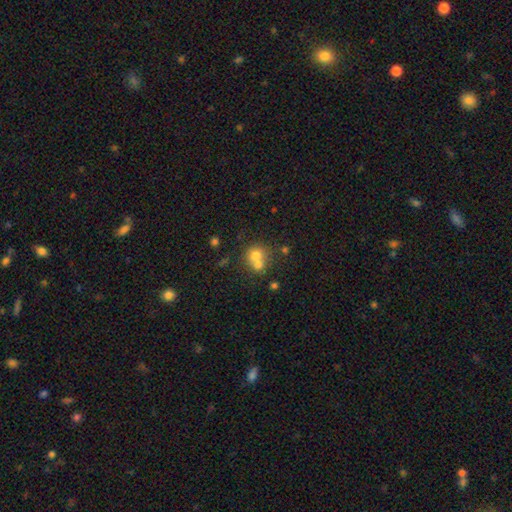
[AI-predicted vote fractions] Smooth or featured?
  - smooth: 70% *
  - featured or disk: 17%
  - star or artifact: 13%
How rounded?
  - round: 81% *
  - in between: 18%
  - cigar-shaped: 1%
Merging?
  - merger: 56% *
  - none: 34%
  - minor disturbance: 6%
  - major disturbance: 3%